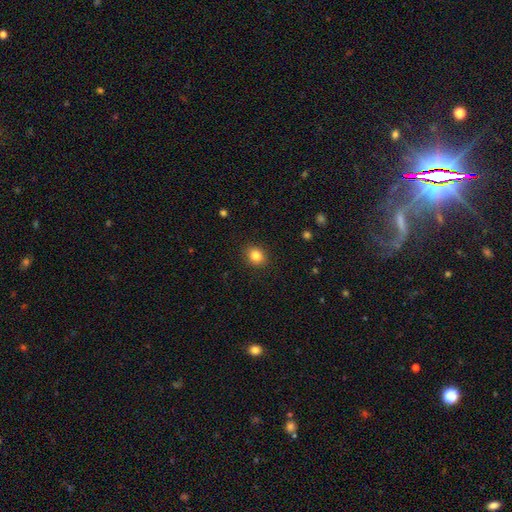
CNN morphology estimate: A smooth galaxy with no disk features (84%) that is round (61%).

Vote fractions:
- Smooth or featured? smooth: 84% / star or artifact: 10% / featured or disk: 6%
- How rounded? round: 61% / in between: 38% / cigar-shaped: 1%
- Merging? none: 90% / minor disturbance: 7% / major disturbance: 2% / merger: 1%